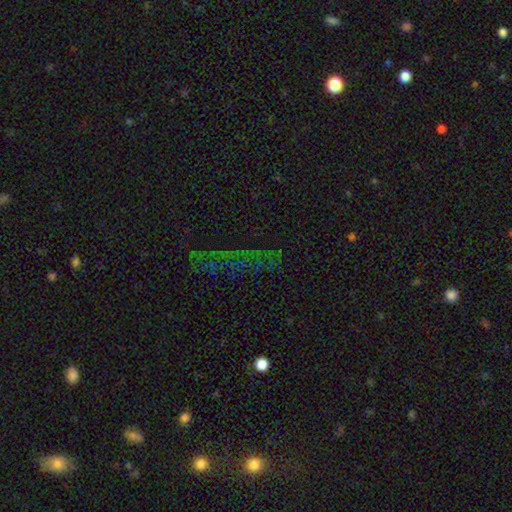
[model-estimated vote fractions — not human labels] This is likely a star or artifact rather than a galaxy (65%).